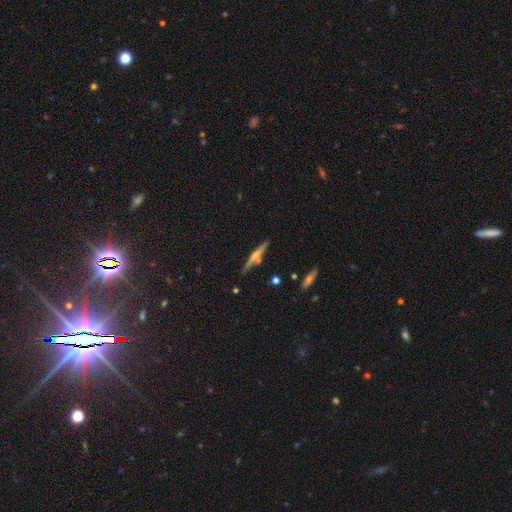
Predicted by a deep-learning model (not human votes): featured or disk 66%, smooth 27%, star or artifact 7%. Down the decision tree: edge-on disk — yes (97%); edge-on bulge — rounded (76%); merging — none (83%).